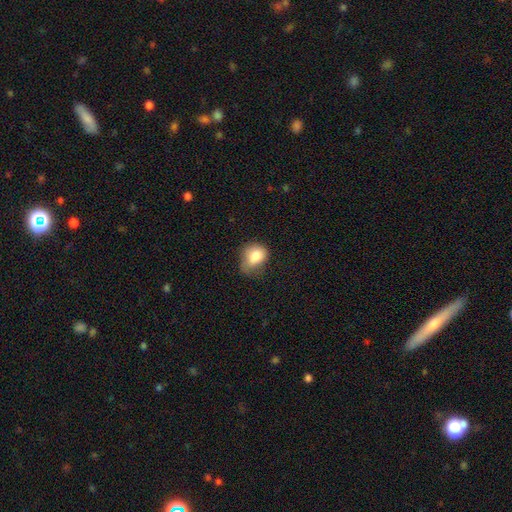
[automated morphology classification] A smooth galaxy with no disk features (79%) that is in between round and cigar-shaped (53%). Merging: minor disturbance (42%).